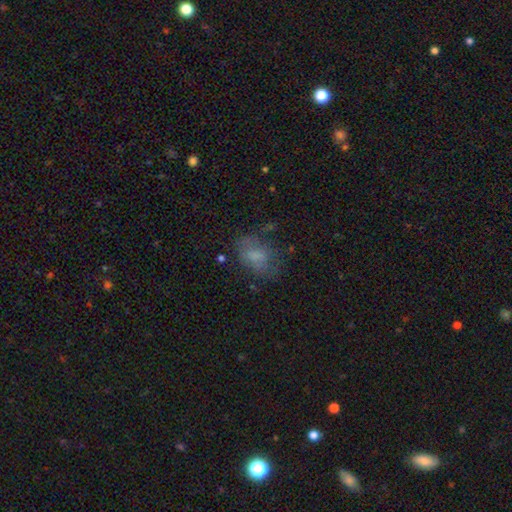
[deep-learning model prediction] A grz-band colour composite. It shows a smooth galaxy with no disk features (61%) that is in between round and cigar-shaped (79%). Merging: none (50%).